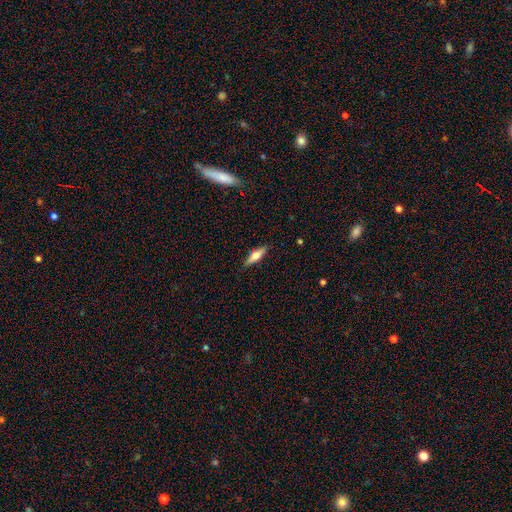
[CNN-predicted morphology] Smooth or featured: smooth — 48% (featured or disk — 46%)
Merging: none — 87% (minor disturbance — 10%)